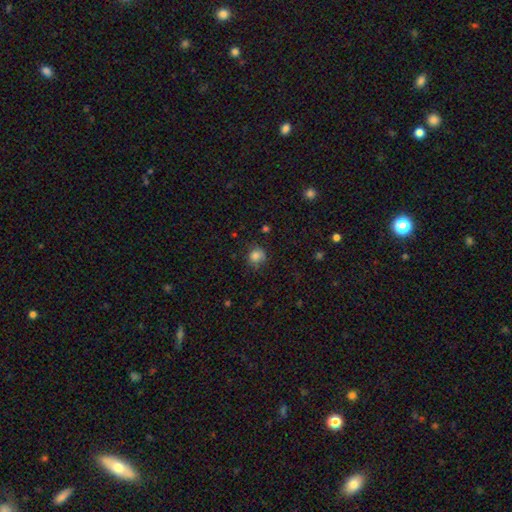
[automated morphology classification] smooth-or-featured: smooth: 81% | star or artifact: 11% | featured or disk: 7%
  how-rounded: round: 82% | in between: 18% | cigar-shaped: 1%
  merging: none: 66% | minor disturbance: 24% | major disturbance: 8% | merger: 2%